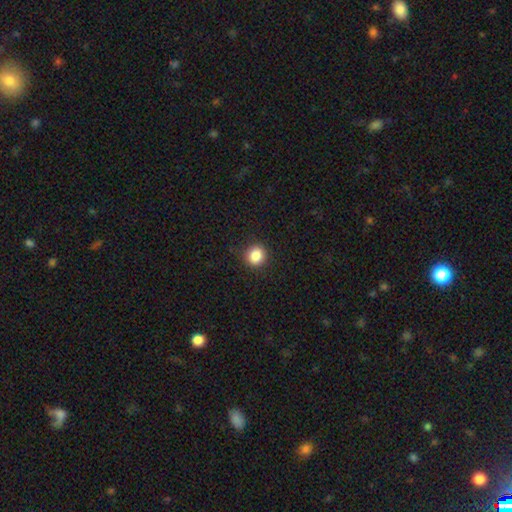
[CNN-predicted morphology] Smooth or featured? Predicted: smooth (p=0.86). How rounded? Predicted: round (p=0.86). Merging? Predicted: none (p=0.90).